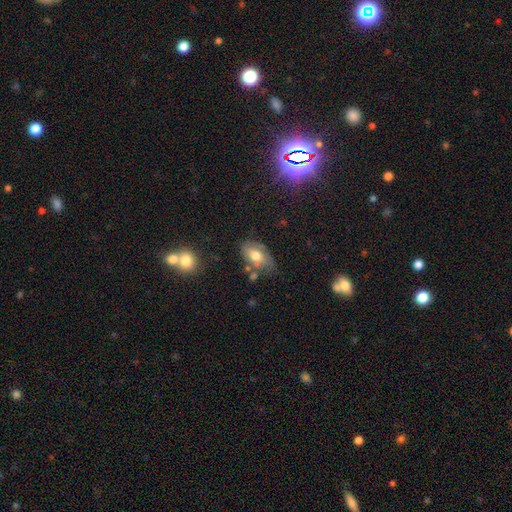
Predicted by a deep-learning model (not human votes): Q: Smooth or featured?
A: smooth (64%); runner-up: featured or disk (27%)
Q: How rounded?
A: in between (90%); runner-up: round (7%)
Q: Merging?
A: none (52%); runner-up: minor disturbance (29%)